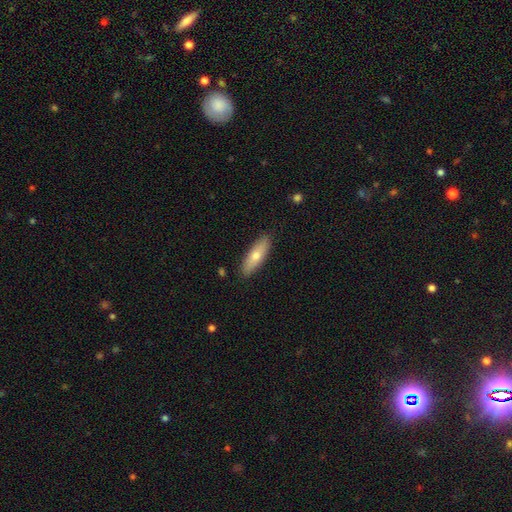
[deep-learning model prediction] Smooth or featured? smooth (68%)
How rounded? cigar-shaped (53%)
Merging? none (89%)